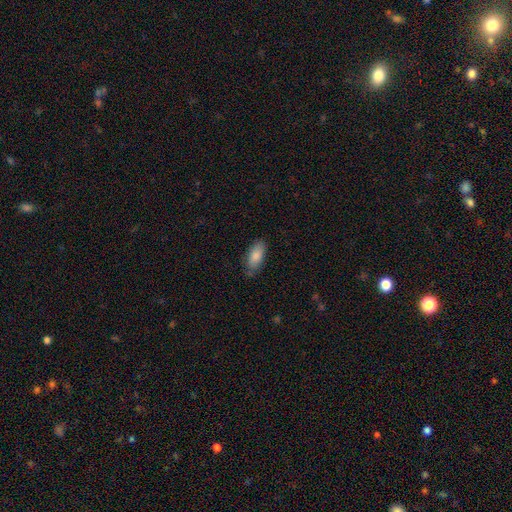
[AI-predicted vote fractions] Smooth or featured? Predicted: smooth (p=0.86). How rounded? Predicted: in between (p=0.85). Merging? Predicted: none (p=0.77).